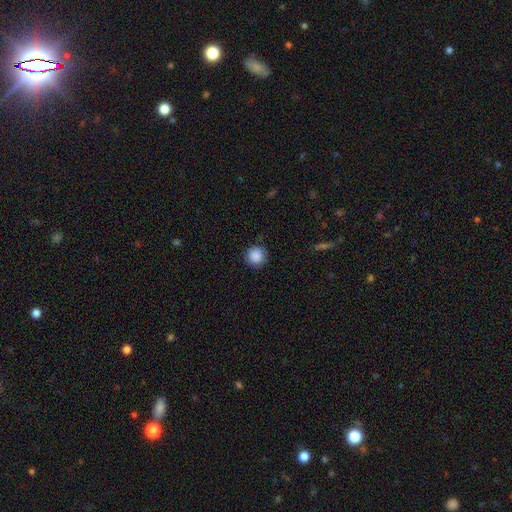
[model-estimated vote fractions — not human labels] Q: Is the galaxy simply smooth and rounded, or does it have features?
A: smooth — 88%.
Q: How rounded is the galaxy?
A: round — 94%.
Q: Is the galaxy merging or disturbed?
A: none — 88%.